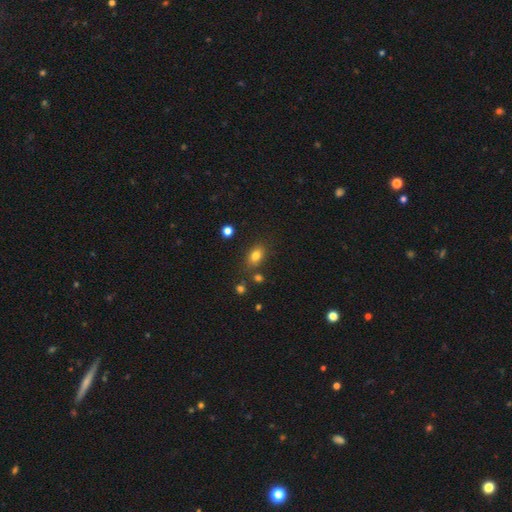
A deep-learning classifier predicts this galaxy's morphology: A smooth galaxy with no disk features (79%) that is in between round and cigar-shaped (78%). Merging: none (78%).